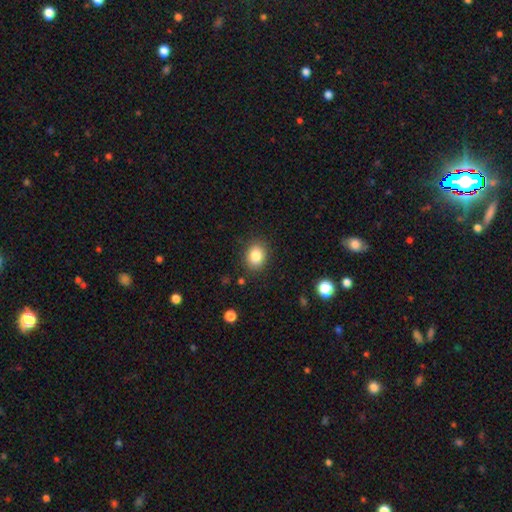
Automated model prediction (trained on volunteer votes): smooth-or-featured: smooth: 84% | star or artifact: 10% | featured or disk: 6%
  how-rounded: round: 57% | in between: 42% | cigar-shaped: 1%
  merging: none: 87% | minor disturbance: 9% | major disturbance: 3% | merger: 1%